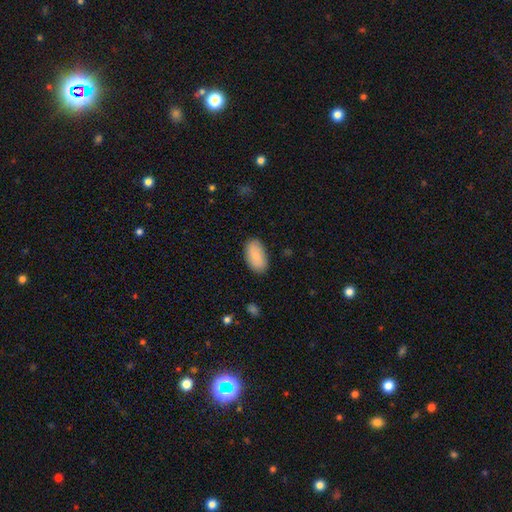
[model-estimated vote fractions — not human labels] Morphology: type=smooth (82%); roundness=in between (95%); merging=none (86%).